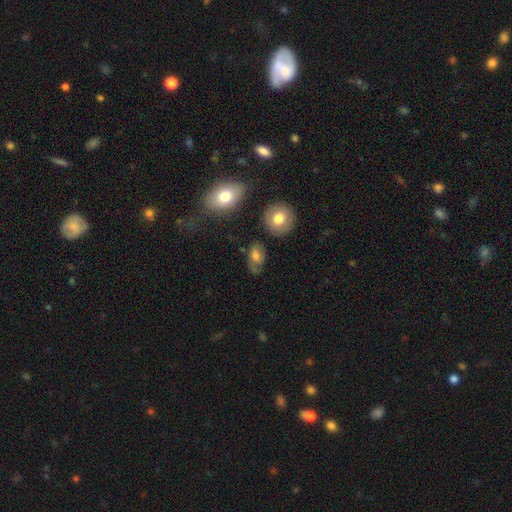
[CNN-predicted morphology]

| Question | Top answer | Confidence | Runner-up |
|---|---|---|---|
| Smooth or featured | smooth | 64% | featured or disk (26%) |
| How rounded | in between | 80% | round (18%) |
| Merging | none | 62% | minor disturbance (24%) |